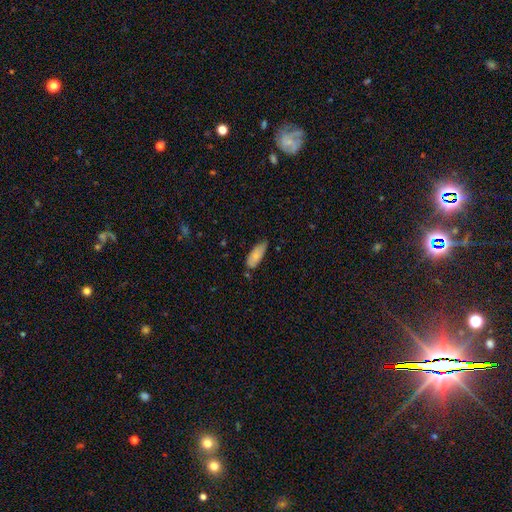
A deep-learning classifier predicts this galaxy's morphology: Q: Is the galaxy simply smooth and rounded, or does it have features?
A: smooth — 82%.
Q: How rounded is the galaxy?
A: in between — 76%.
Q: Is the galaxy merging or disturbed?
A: none — 59%.